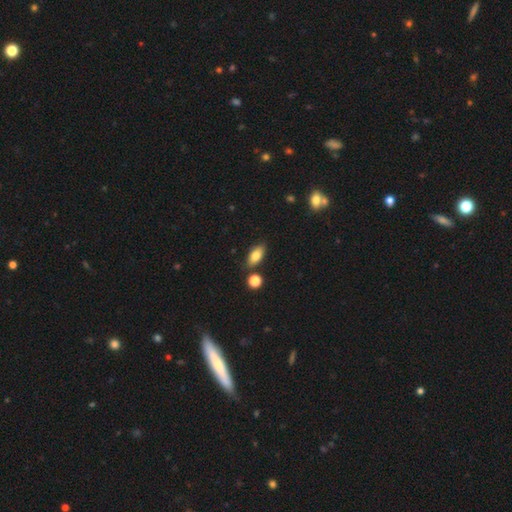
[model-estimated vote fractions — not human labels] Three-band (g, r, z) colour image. It shows a smooth galaxy with no disk features (79%) that is in between round and cigar-shaped (85%). Merging: none (80%).